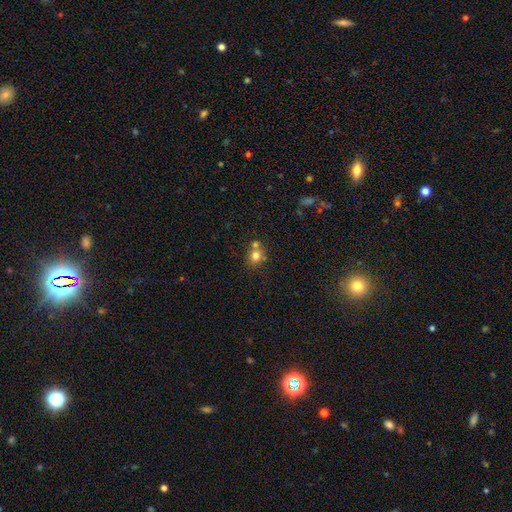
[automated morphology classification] smooth_or_featured: smooth (p=0.77) [alt: star or artifact p=0.13]
how_rounded: round (p=0.79) [alt: in between p=0.20]
merging: none (p=0.53) [alt: merger p=0.35]